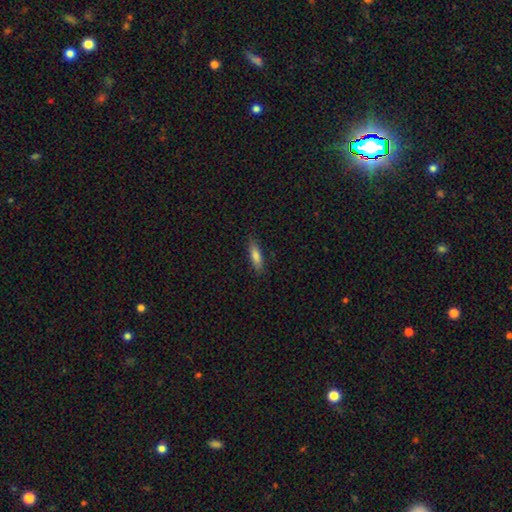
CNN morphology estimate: A smooth galaxy with no disk features (81%) that is cigar-shaped (56%).

Vote fractions:
- Smooth or featured? smooth: 81% / featured or disk: 12% / star or artifact: 7%
- How rounded? cigar-shaped: 56% / in between: 42% / round: 2%
- Merging? none: 85% / minor disturbance: 12% / major disturbance: 2% / merger: 1%